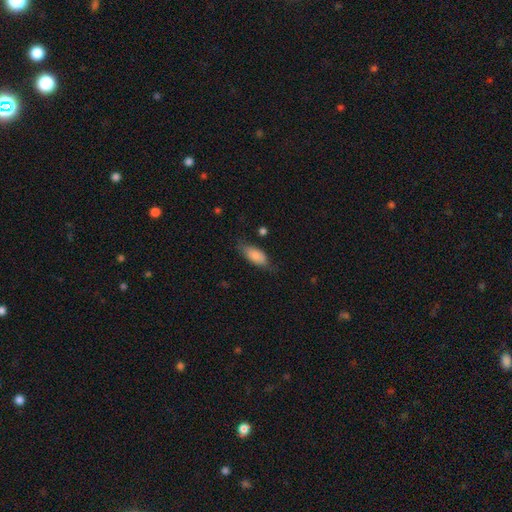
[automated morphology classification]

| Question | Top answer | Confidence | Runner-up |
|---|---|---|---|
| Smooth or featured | smooth | 80% | featured or disk (13%) |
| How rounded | in between | 87% | cigar-shaped (11%) |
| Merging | none | 63% | minor disturbance (27%) |